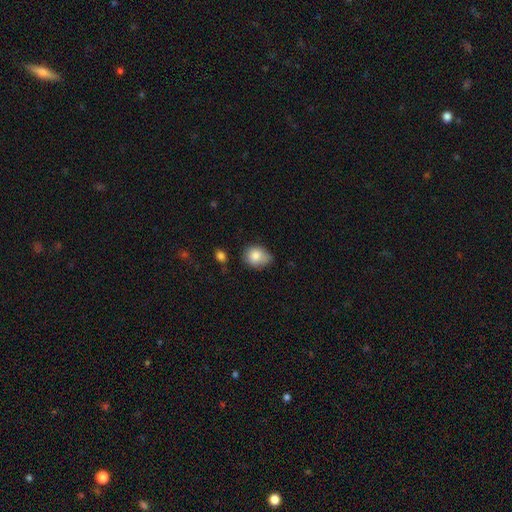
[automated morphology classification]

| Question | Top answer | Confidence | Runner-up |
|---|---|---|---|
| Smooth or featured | smooth | 83% | featured or disk (9%) |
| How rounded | round | 56% | in between (43%) |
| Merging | none | 49% | minor disturbance (39%) |